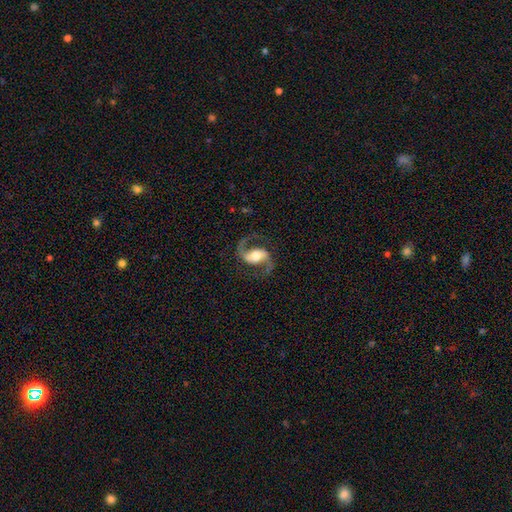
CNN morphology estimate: Q: Smooth or featured?
A: featured or disk (89%); runner-up: smooth (6%)
Q: Edge-on disk?
A: no (97%); runner-up: yes (3%)
Q: Bar?
A: weak (38%); runner-up: strong (33%)
Q: Spiral arms?
A: yes (97%); runner-up: no (3%)
Q: Spiral winding?
A: medium (49%); runner-up: loose (43%)
Q: Spiral arm count?
A: 2 (94%); runner-up: 1 (2%)
Q: Bulge size?
A: moderate (59%); runner-up: large (23%)
Q: Merging?
A: none (80%); runner-up: minor disturbance (11%)